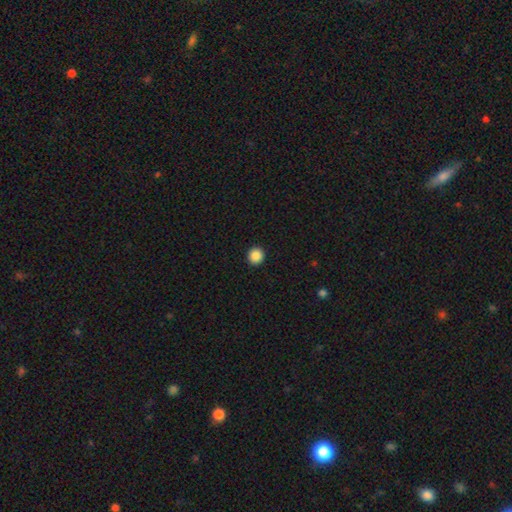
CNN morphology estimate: Smooth or featured?
  - smooth: 88% *
  - star or artifact: 9%
  - featured or disk: 2%
How rounded?
  - round: 92% *
  - in between: 7%
  - cigar-shaped: 1%
Merging?
  - none: 93% *
  - minor disturbance: 4%
  - major disturbance: 1%
  - merger: 1%